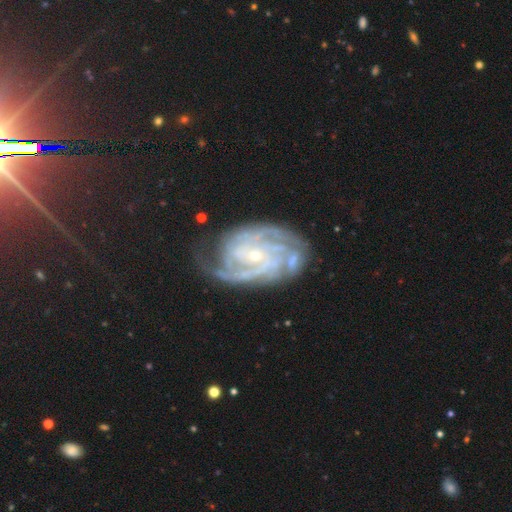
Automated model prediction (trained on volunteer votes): Smooth or featured? featured or disk (89%)
Edge-on disk? no (97%)
Bar? no (52%)
Spiral arms? yes (98%)
Spiral winding? tight (65%)
Spiral arm count? 3 (25%)
Bulge size? small (78%)
Merging? none (63%)